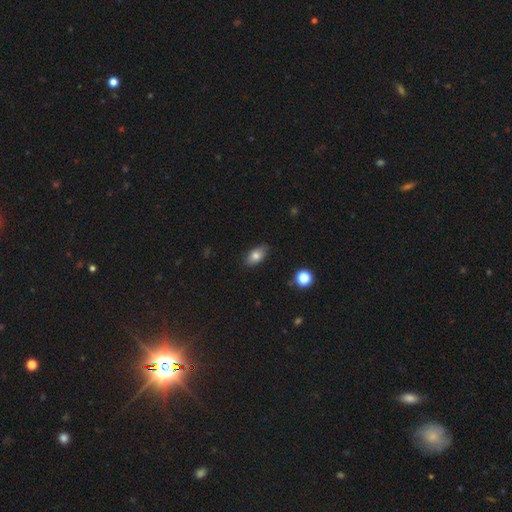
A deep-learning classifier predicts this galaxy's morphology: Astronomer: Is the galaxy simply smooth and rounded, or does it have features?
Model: smooth — 78%.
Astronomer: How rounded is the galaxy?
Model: in between — 88%.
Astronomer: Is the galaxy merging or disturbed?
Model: none — 84%.